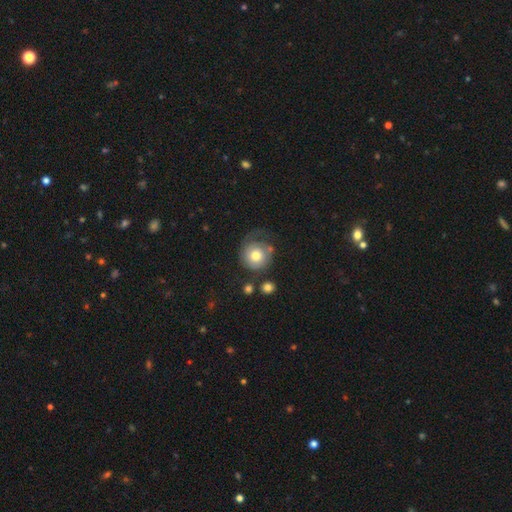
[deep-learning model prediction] smooth_or_featured: smooth (p=0.64) [alt: featured or disk p=0.28]
how_rounded: round (p=0.90) [alt: in between p=0.09]
merging: none (p=0.47) [alt: major disturbance p=0.24]